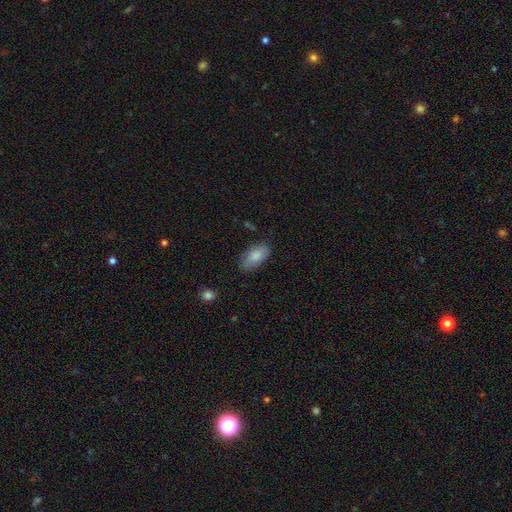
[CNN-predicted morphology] Smooth or featured: smooth — 84% (featured or disk — 10%)
How rounded: in between — 92% (cigar-shaped — 5%)
Merging: none — 78% (minor disturbance — 16%)